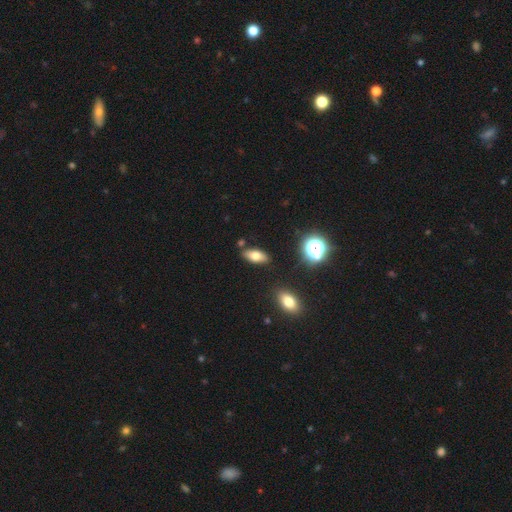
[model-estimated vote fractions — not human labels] Overall: smooth (71%). How rounded: in between (83%). Merging: none (84%).